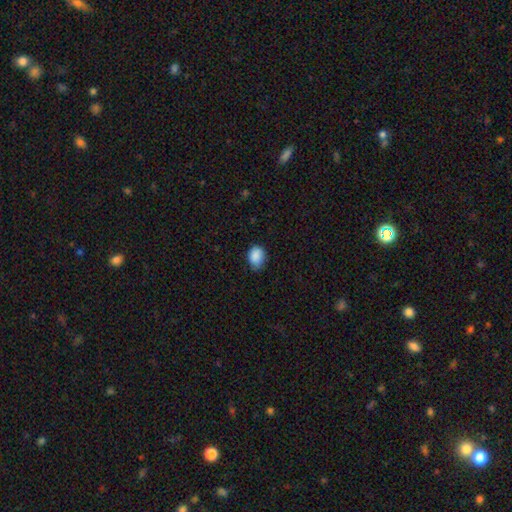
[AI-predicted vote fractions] Overall: smooth (89%). How rounded: in between (67%; round 32%). Merging: none (65%; minor disturbance 29%).